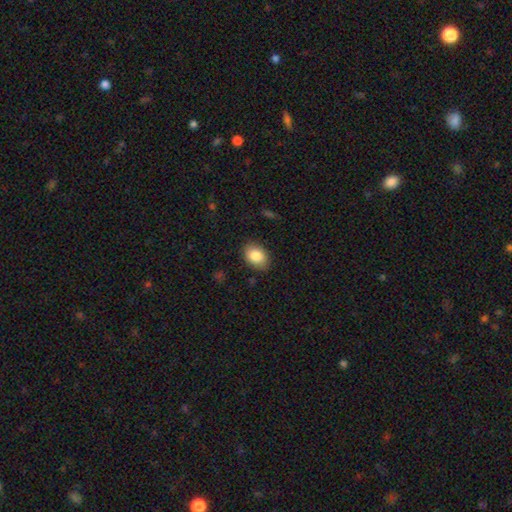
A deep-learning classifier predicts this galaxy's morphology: The model was most divided on "how rounded": in between: 79%, round: 20%, cigar-shaped: 1%. More confident: merging — none (86%); smooth or featured — smooth (85%).